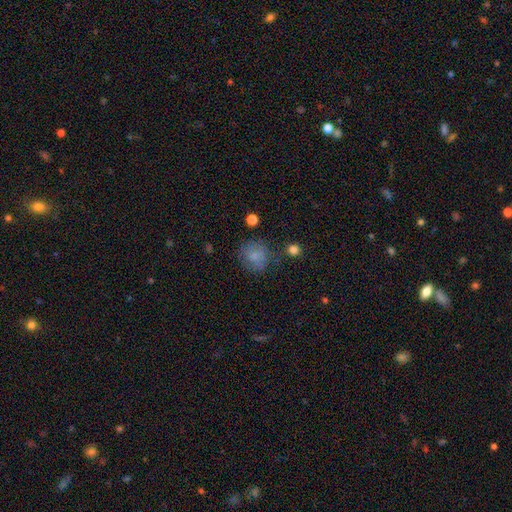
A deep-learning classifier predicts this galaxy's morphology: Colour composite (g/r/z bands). It shows a smooth galaxy with no disk features (76%) that is round (82%). Merging: none (67%).